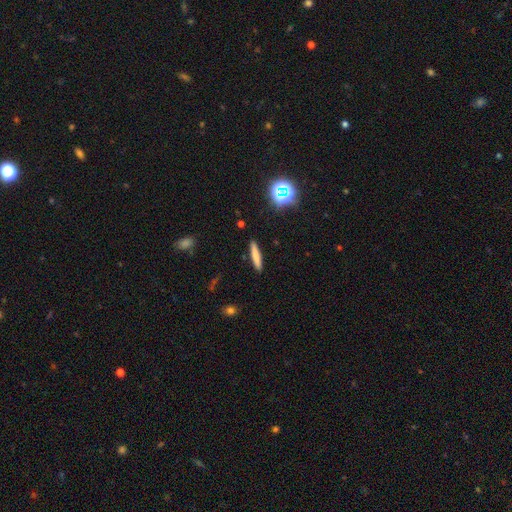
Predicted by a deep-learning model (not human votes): A smooth galaxy with no disk features (74%) that is cigar-shaped (91%).

Vote fractions:
- Smooth or featured? smooth: 74% / featured or disk: 16% / star or artifact: 10%
- How rounded? cigar-shaped: 91% / in between: 8% / round: 2%
- Merging? none: 90% / minor disturbance: 6% / major disturbance: 2% / merger: 1%